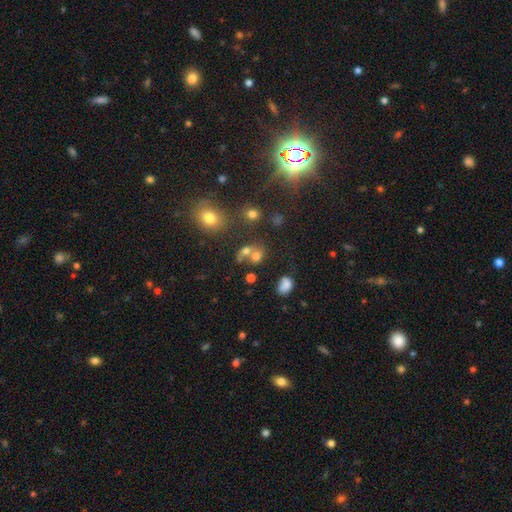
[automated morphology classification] Smooth or featured? smooth (66%)
How rounded? round (50%)
Merging? merger (53%)